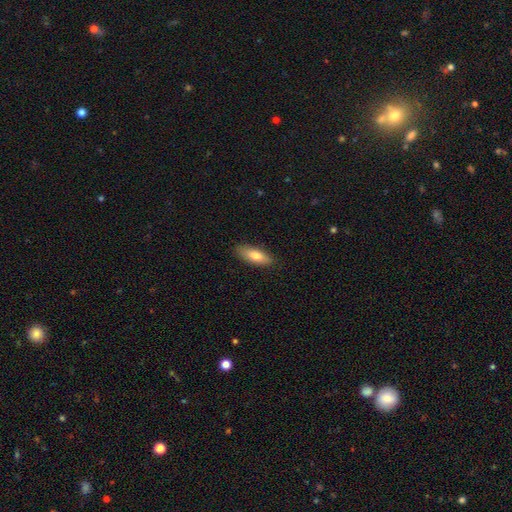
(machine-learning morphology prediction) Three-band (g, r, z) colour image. It shows a smooth galaxy with no disk features (79%) that is in between round and cigar-shaped (69%). Merging: none (86%).